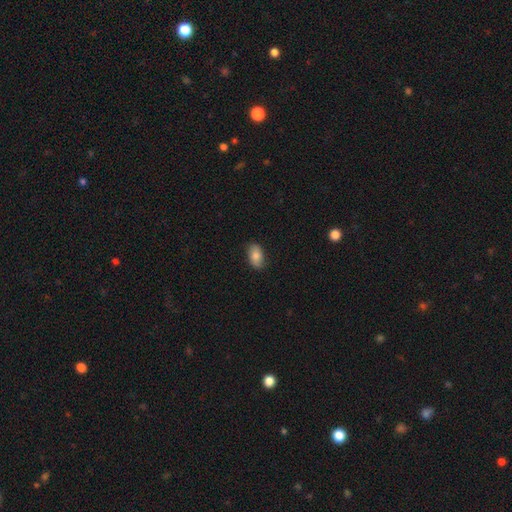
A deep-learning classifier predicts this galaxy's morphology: Smooth or featured? Predicted: smooth (p=0.81). How rounded? Predicted: in between (p=0.92). Merging? Predicted: none (p=0.83).